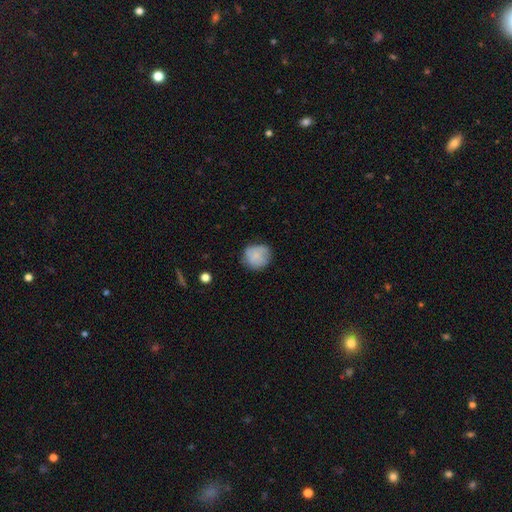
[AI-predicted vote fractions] Smooth or featured? Predicted: smooth (p=0.76). How rounded? Predicted: round (p=0.84). Merging? Predicted: none (p=0.67).